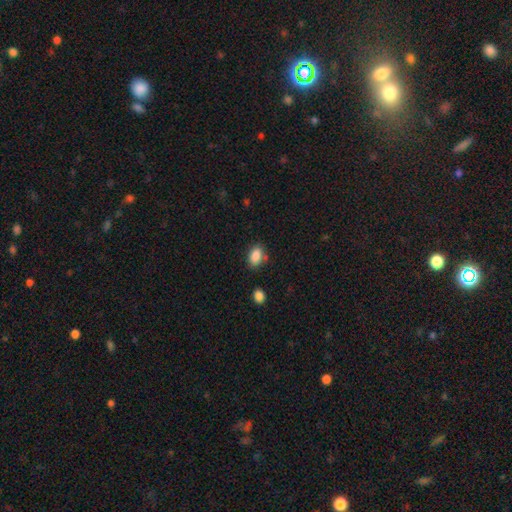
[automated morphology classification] A smooth galaxy with no disk features (87%) that is in between round and cigar-shaped (84%). Merging: none (73%).